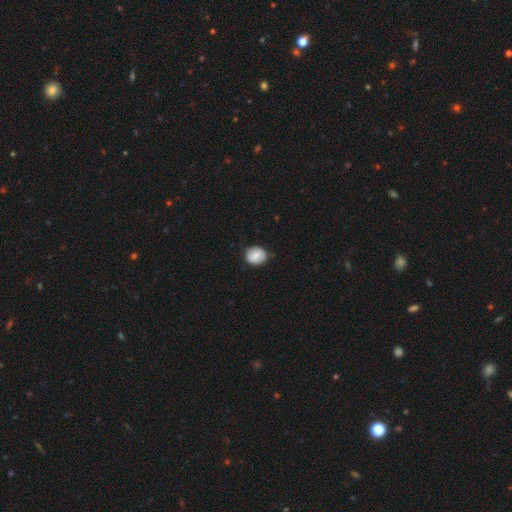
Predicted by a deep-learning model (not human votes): smooth-or-featured: smooth: 76% | featured or disk: 16% | star or artifact: 8%
  how-rounded: round: 67% | in between: 32% | cigar-shaped: 1%
  merging: none: 80% | minor disturbance: 16% | major disturbance: 3% | merger: 1%